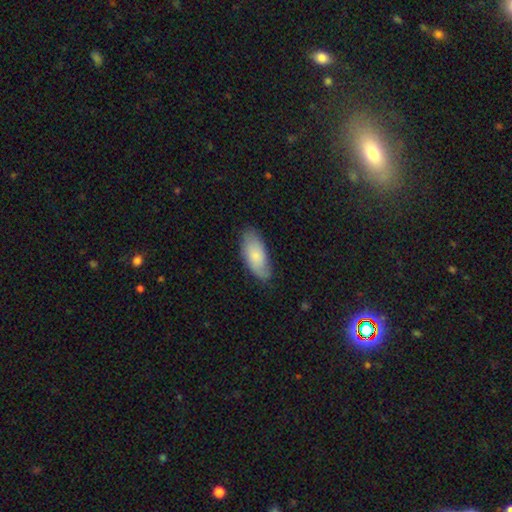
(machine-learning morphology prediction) Smooth or featured: smooth — 71% (featured or disk — 23%)
How rounded: in between — 88% (cigar-shaped — 10%)
Merging: none — 74% (minor disturbance — 21%)